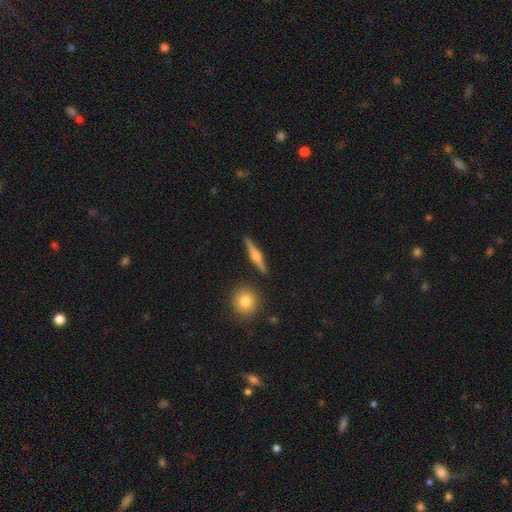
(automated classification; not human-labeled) This appears to be a featured or disk galaxy (72%) viewed edge-on (98%) with a rounded central bulge (90%). Merging: none (89%).